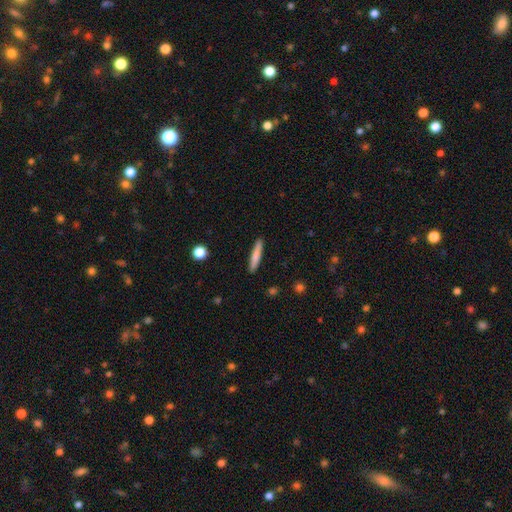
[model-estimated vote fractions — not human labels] Smooth or featured?
  - smooth: 76% *
  - featured or disk: 19%
  - star or artifact: 6%
How rounded?
  - cigar-shaped: 92% *
  - in between: 6%
  - round: 1%
Merging?
  - none: 90% *
  - minor disturbance: 7%
  - major disturbance: 2%
  - merger: 1%